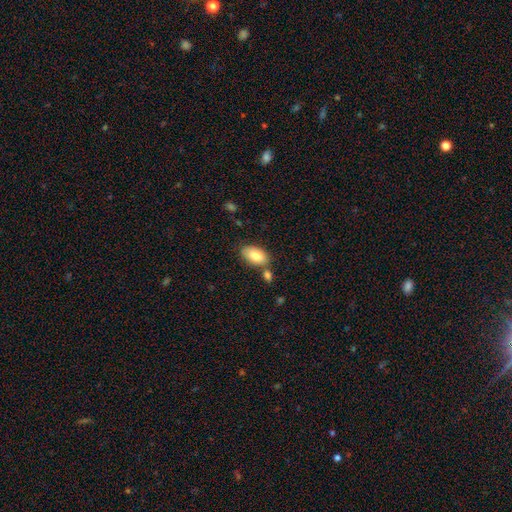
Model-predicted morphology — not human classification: Overall: smooth (81%). How rounded: in between (93%). Merging: none (69%).